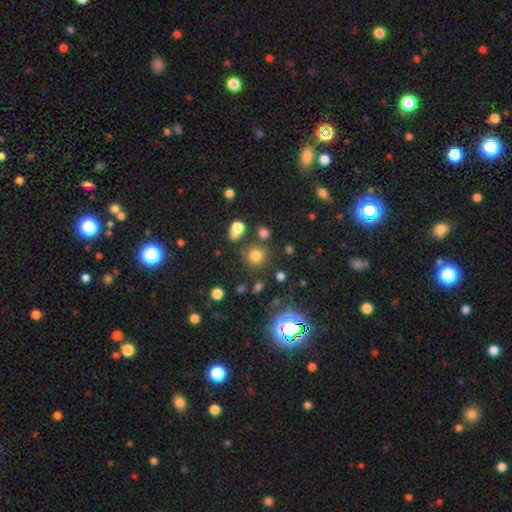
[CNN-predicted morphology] smooth-or-featured: smooth: 74% | star or artifact: 20% | featured or disk: 6%
  how-rounded: round: 90% | in between: 9% | cigar-shaped: 1%
  merging: none: 77% | minor disturbance: 10% | merger: 8% | major disturbance: 5%